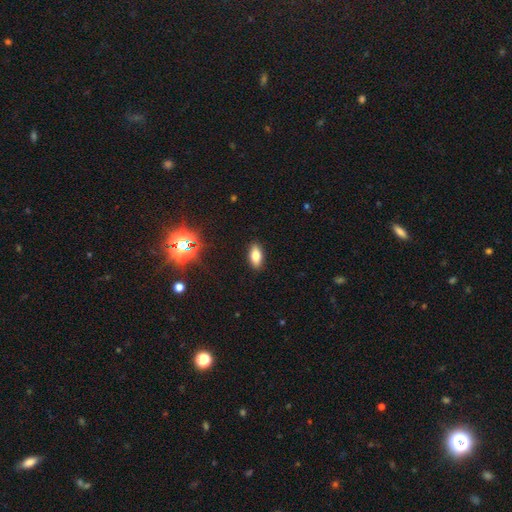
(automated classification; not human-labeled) smooth 78%, star or artifact 12%, featured or disk 11%. Down the decision tree: how rounded — in between (86%); merging — none (89%).